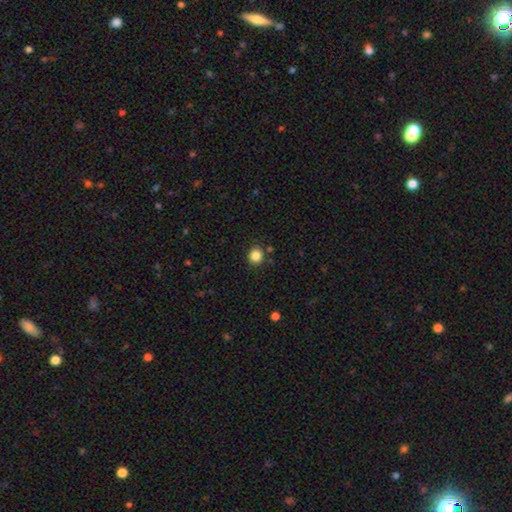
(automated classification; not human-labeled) This is clearly a smooth galaxy (85%). How rounded: clearly round (81%). Merging: clearly none (87%).